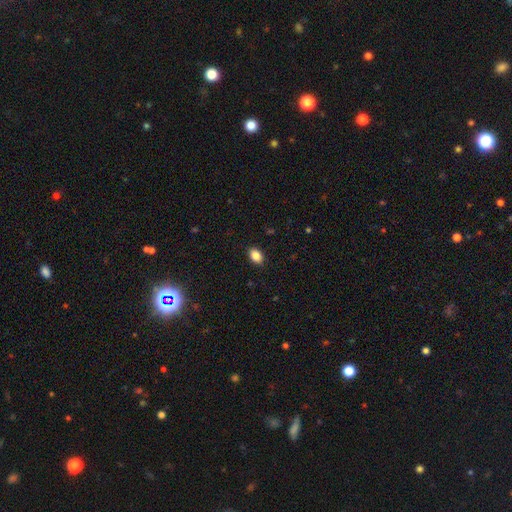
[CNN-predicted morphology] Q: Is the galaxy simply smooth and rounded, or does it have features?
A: smooth — 86%.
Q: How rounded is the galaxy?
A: in between — 84%.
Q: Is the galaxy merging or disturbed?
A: none — 89%.